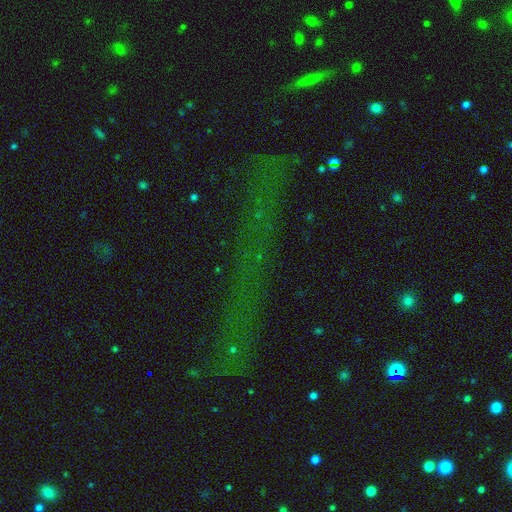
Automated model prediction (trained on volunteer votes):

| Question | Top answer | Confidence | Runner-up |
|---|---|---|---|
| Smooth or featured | star or artifact | 63% | featured or disk (19%) |